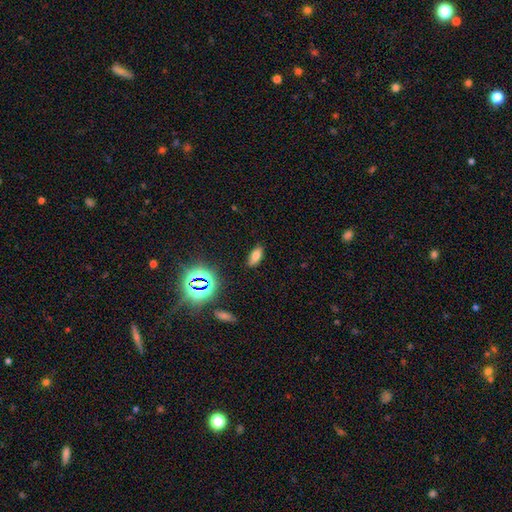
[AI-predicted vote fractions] Overall: smooth (68%). How rounded: in between (76%). Merging: none (86%).